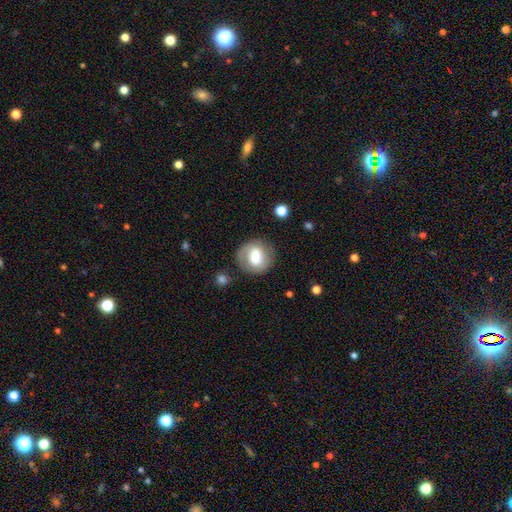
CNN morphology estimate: Smooth or featured? smooth (61%)
How rounded? round (74%)
Merging? none (77%)